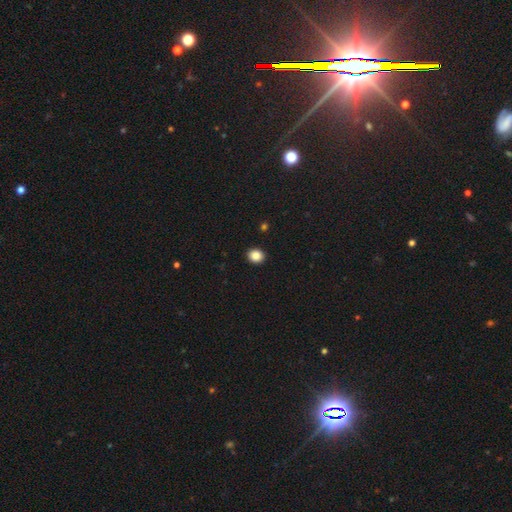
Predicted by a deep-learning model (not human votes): smooth-or-featured: smooth: 87% | star or artifact: 10% | featured or disk: 3%
  how-rounded: round: 70% | in between: 30% | cigar-shaped: 1%
  merging: none: 92% | minor disturbance: 5% | major disturbance: 2% | merger: 1%